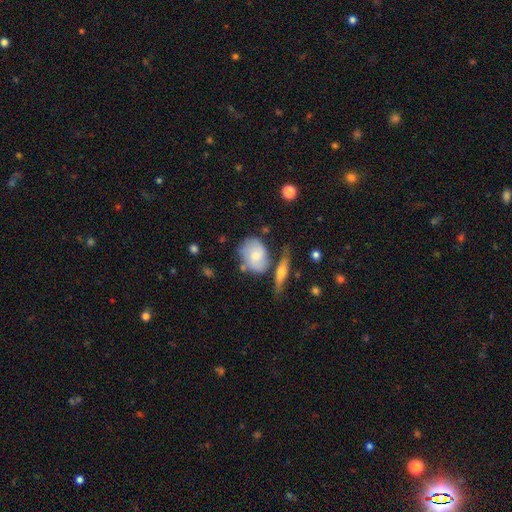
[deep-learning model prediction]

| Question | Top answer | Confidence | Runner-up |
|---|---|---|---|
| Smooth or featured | smooth | 56% | featured or disk (37%) |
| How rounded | round | 50% | in between (48%) |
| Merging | none | 45% | merger (23%) |